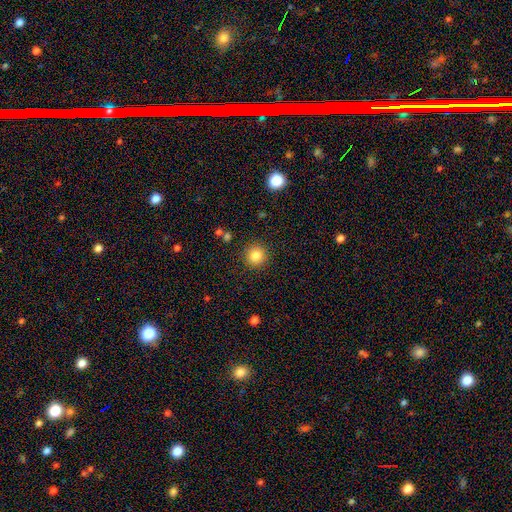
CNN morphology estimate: The model was most divided on "smooth or featured": smooth: 84%, star or artifact: 11%, featured or disk: 6%. More confident: how rounded — round (93%); merging — none (90%).